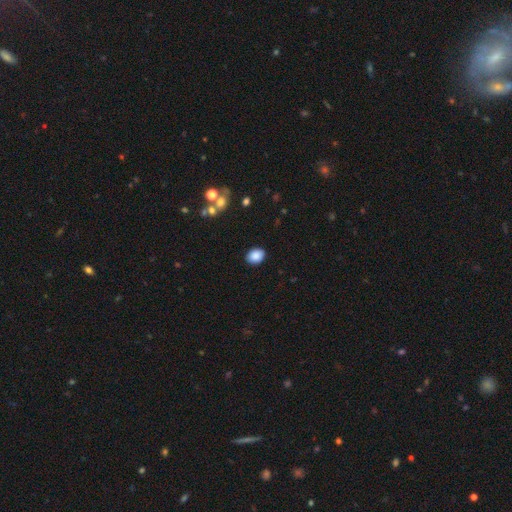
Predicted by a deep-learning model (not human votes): This appears to be a smooth galaxy with no disk features (88%) that is in between round and cigar-shaped (63%). Merging: none (89%).